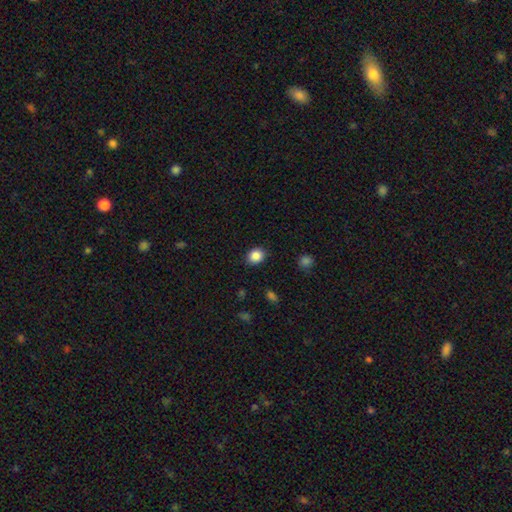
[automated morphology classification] The model was most divided on "how rounded": round: 60%, in between: 39%, cigar-shaped: 1%. More confident: merging — none (87%); smooth or featured — smooth (87%).